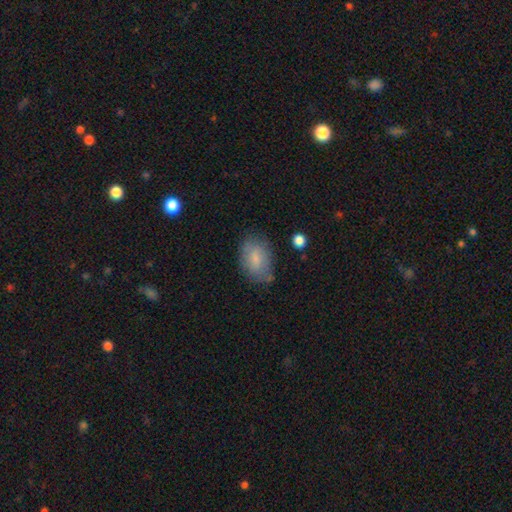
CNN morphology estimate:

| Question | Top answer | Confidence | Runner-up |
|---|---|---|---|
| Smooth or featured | smooth | 75% | featured or disk (17%) |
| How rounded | in between | 87% | round (12%) |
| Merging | none | 67% | minor disturbance (23%) |